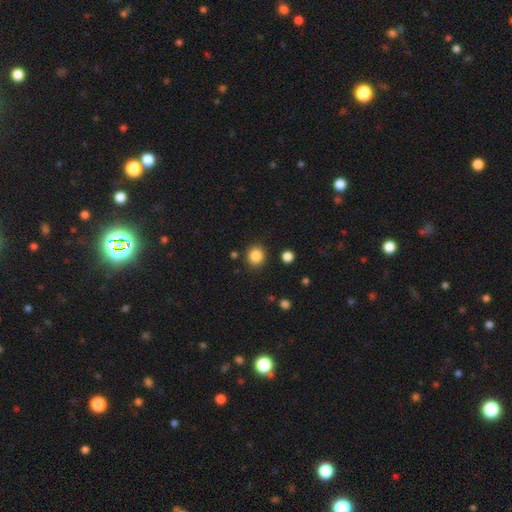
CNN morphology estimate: Q: Smooth or featured?
A: smooth (86%); runner-up: star or artifact (10%)
Q: How rounded?
A: round (85%); runner-up: in between (14%)
Q: Merging?
A: none (89%); runner-up: minor disturbance (7%)